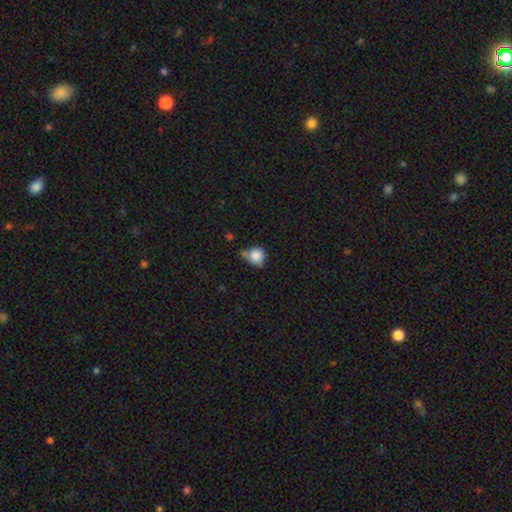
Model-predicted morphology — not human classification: Smooth or featured: smooth — 82% (star or artifact — 10%)
How rounded: round — 83% (in between — 15%)
Merging: none — 41% (minor disturbance — 35%)